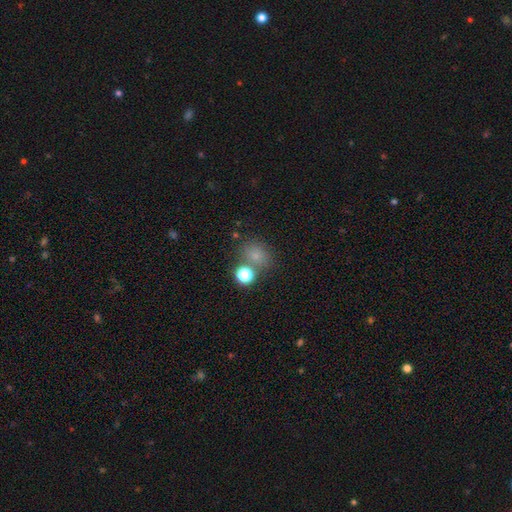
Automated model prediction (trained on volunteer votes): Smooth or featured: smooth — 74% (star or artifact — 18%)
How rounded: round — 65% (in between — 33%)
Merging: none — 66% (merger — 19%)